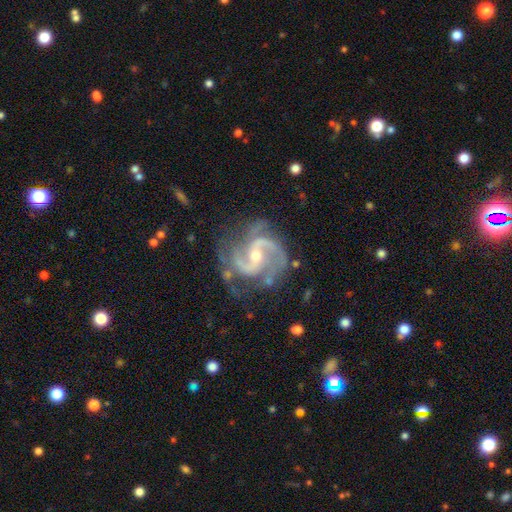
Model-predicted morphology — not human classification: Overall: featured or disk (93%). Edge-on disk: no (98%). Bar: weak (45%; no 36%). Spiral arms: yes (98%). Spiral arm count: 2 (80%). Spiral winding: medium (61%; tight 25%). Bulge size: small (48%, tied with moderate). Merging: none (68%).